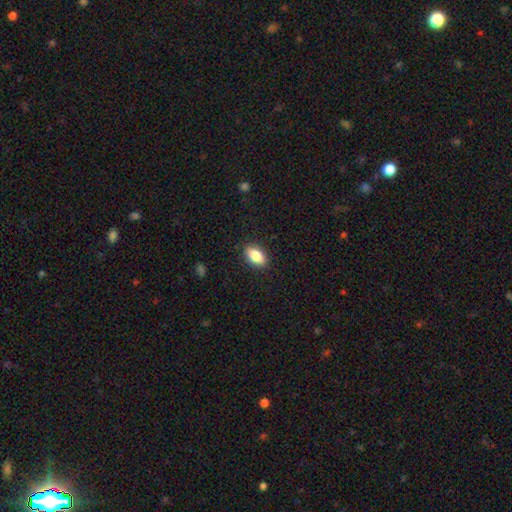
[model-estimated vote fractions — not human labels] Smooth or featured? Predicted: smooth (p=0.84). How rounded? Predicted: in between (p=0.89). Merging? Predicted: none (p=0.88).